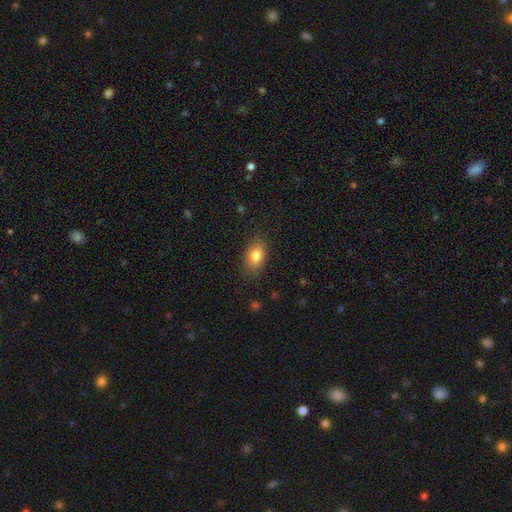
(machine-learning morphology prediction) smooth_or_featured: smooth (p=0.81) [alt: featured or disk p=0.11]
how_rounded: in between (p=0.87) [alt: round p=0.10]
merging: none (p=0.83) [alt: minor disturbance p=0.13]